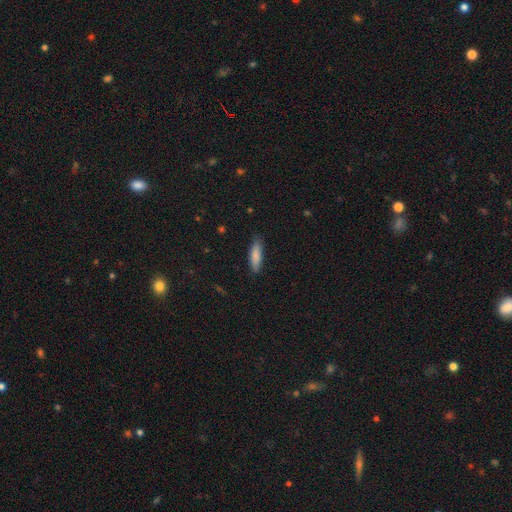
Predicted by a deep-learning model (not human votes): smooth 83%, featured or disk 11%, star or artifact 6%. Down the decision tree: how rounded — cigar-shaped (64%); merging — none (82%).